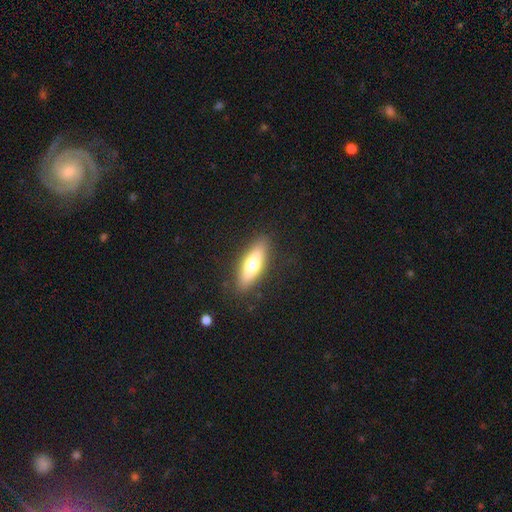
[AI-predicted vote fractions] Overall: smooth (61%; featured or disk 33%). How rounded: in between (49%, tied with cigar-shaped). Merging: none (87%).